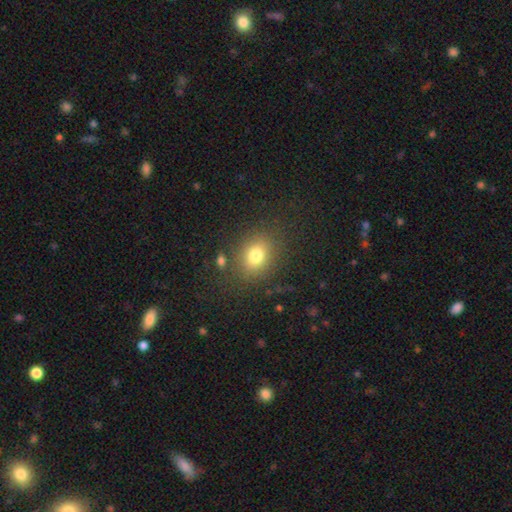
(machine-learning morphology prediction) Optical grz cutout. It shows a smooth galaxy with no disk features (77%) that is round (51%). Merging: none (82%).